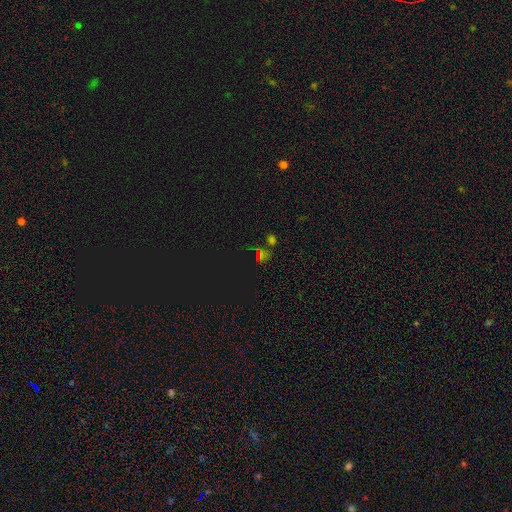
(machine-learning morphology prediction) Smooth or featured? star or artifact (66%)